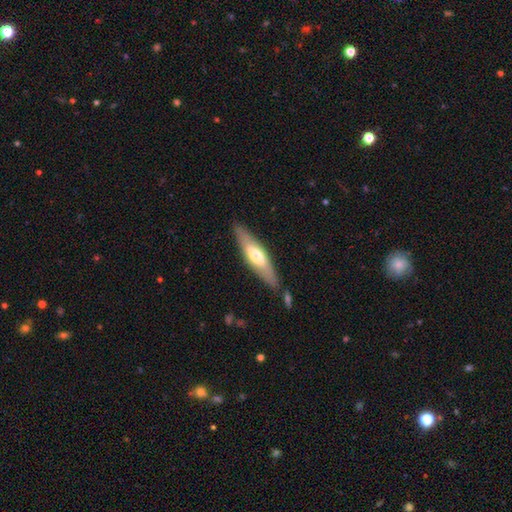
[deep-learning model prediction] A featured or disk galaxy (47%, tied with smooth).

Vote fractions:
- Smooth or featured? featured or disk: 47% (tied) / smooth: 47% (tied) / star or artifact: 5%
- Merging? none: 82% / minor disturbance: 11% / merger: 3% / major disturbance: 3%